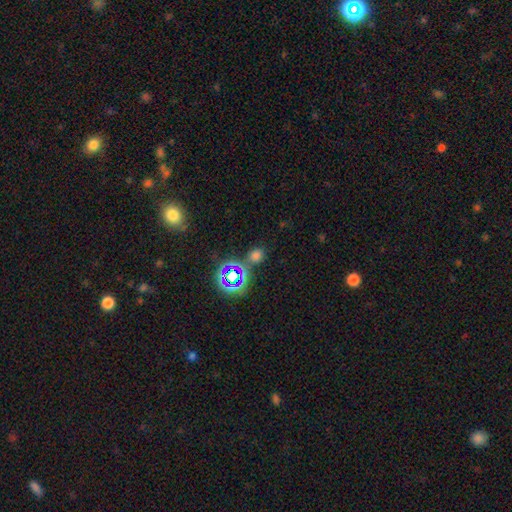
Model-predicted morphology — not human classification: A smooth galaxy with no disk features (58%) that is round (75%). Merging: none (74%).